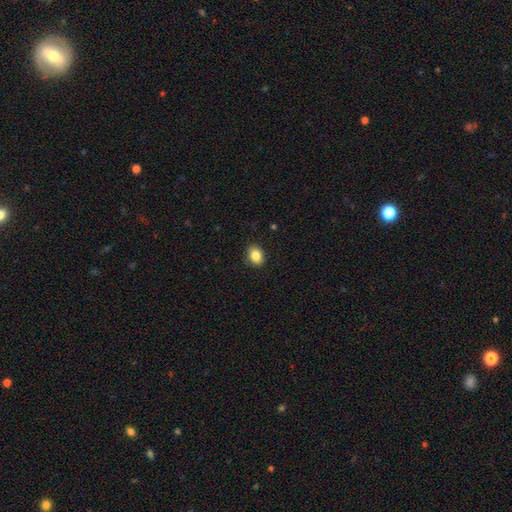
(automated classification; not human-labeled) Q: Smooth or featured?
A: smooth (85%); runner-up: star or artifact (9%)
Q: How rounded?
A: in between (59%); runner-up: round (40%)
Q: Merging?
A: none (88%); runner-up: minor disturbance (9%)